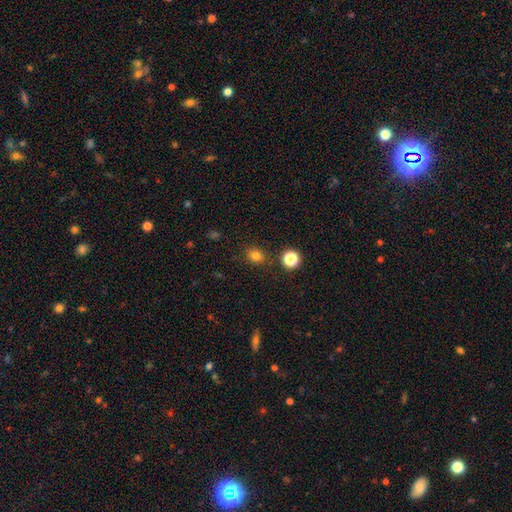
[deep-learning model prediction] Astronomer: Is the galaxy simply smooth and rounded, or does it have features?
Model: smooth — 80%.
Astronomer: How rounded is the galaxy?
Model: round — 63%.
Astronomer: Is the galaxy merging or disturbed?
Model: none — 84%.